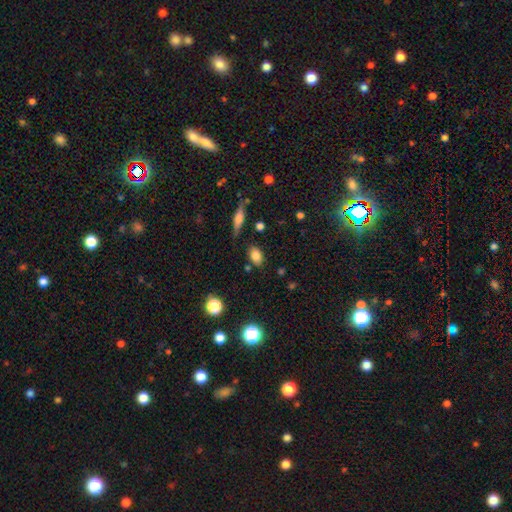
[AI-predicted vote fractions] Smooth or featured? Predicted: smooth (p=0.81). How rounded? Predicted: in between (p=0.81). Merging? Predicted: none (p=0.79).